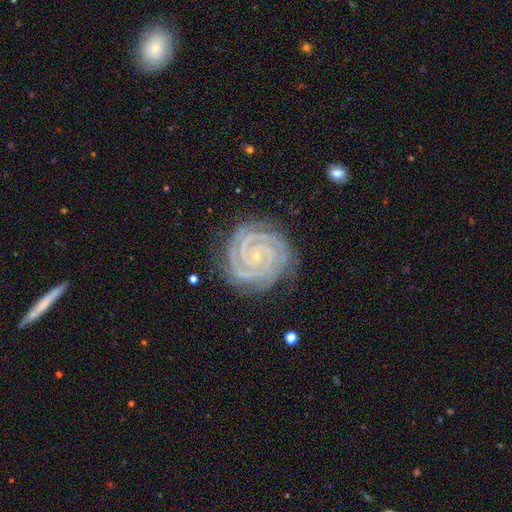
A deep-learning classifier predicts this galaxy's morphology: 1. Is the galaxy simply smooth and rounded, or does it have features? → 91% featured or disk, 6% star or artifact, 3% smooth.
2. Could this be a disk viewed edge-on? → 98% no, 2% yes.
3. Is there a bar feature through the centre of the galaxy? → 68% no, 19% weak, 13% strong.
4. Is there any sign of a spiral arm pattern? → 99% yes, 1% no.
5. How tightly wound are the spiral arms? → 89% tight, 10% medium, 1% loose.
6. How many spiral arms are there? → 41% 2, 26% 3, 13% 4, 8% can't tell, 6% more than 4, 6% 1.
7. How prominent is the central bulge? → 86% small, 10% moderate, 2% none, 1% large, 1% dominant.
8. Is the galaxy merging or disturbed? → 82% none, 13% minor disturbance, 3% major disturbance, 1% merger.